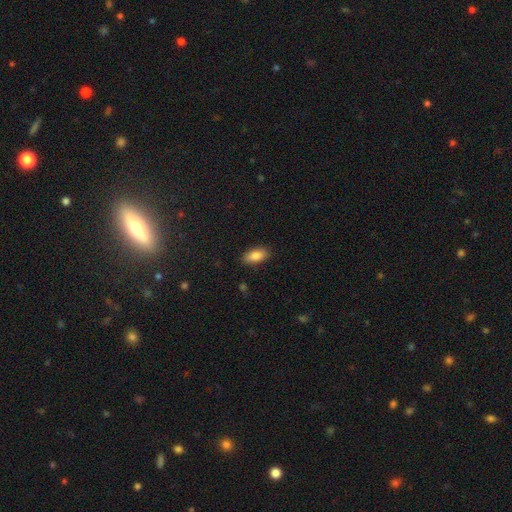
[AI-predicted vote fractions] Smooth or featured? smooth (84%)
How rounded? in between (90%)
Merging? none (87%)